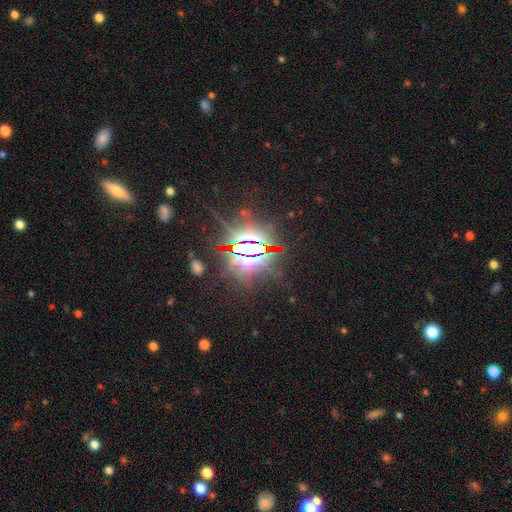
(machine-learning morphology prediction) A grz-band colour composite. It shows a star or artifact, not a galaxy (81%).